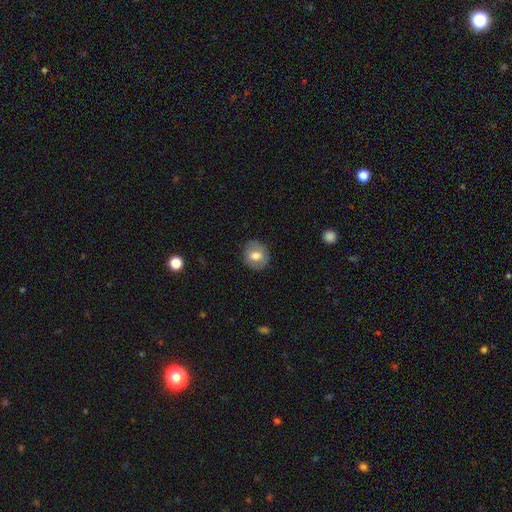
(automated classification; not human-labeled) This appears to be a smooth galaxy with no disk features (72%) that is round (77%). Merging: none (85%).